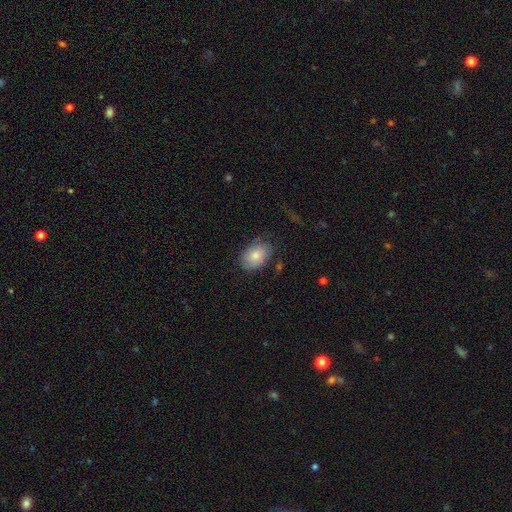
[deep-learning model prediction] The model was most divided on "merging": none: 70%, minor disturbance: 21%, major disturbance: 7%, merger: 2%. More confident: how rounded — in between (84%); smooth or featured — smooth (82%).